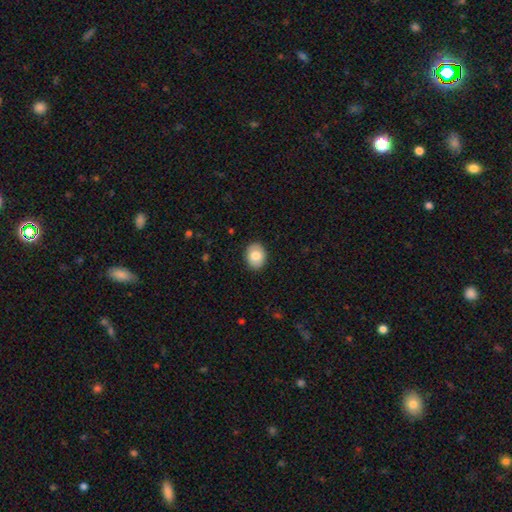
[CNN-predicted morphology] Q: Smooth or featured?
A: smooth (79%); runner-up: featured or disk (14%)
Q: How rounded?
A: in between (55%); runner-up: round (44%)
Q: Merging?
A: none (90%); runner-up: minor disturbance (7%)